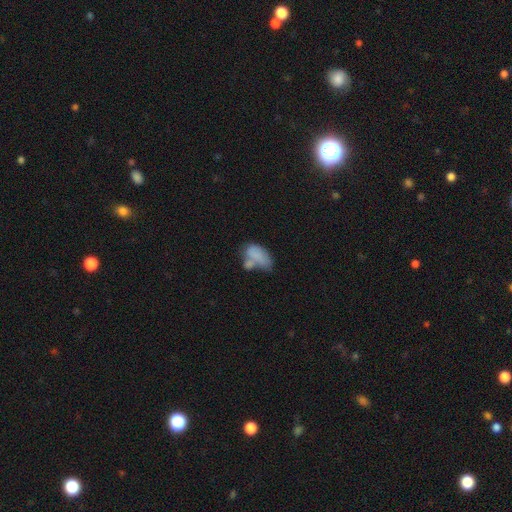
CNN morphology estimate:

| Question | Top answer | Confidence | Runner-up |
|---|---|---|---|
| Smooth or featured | smooth | 73% | featured or disk (18%) |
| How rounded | in between | 91% | round (6%) |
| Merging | merger | 41% | none (23%) |